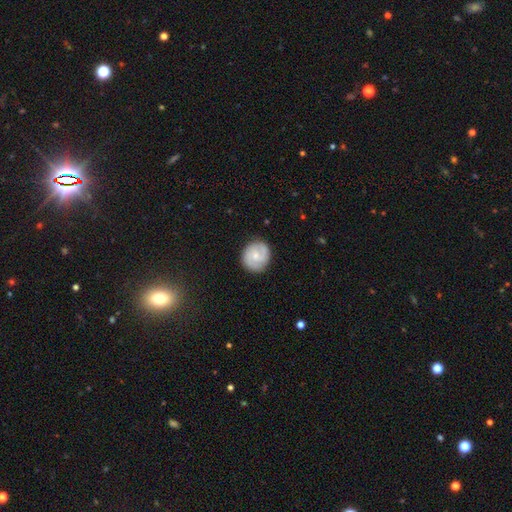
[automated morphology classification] Smooth or featured? Predicted: featured or disk (p=0.55). Edge-on disk? Predicted: no (p=0.98). Bar? Predicted: no (p=0.61). Spiral arms? Predicted: yes (p=0.87). Bulge size? Predicted: small (p=0.58). Merging? Predicted: none (p=0.85).